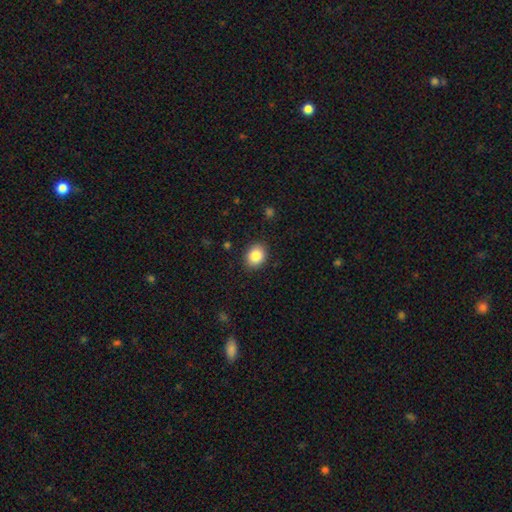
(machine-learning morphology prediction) smooth 85%, star or artifact 9%, featured or disk 6%. Down the decision tree: how rounded — in between (52%); merging — none (89%).